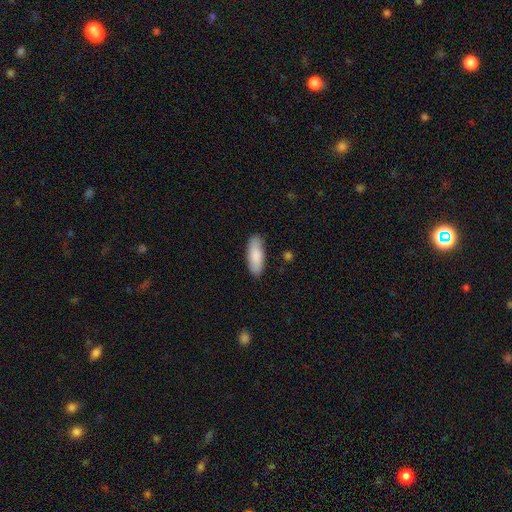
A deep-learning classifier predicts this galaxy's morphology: This appears to be a smooth galaxy with no disk features (86%) that is in between round and cigar-shaped (73%). Merging: none (86%).